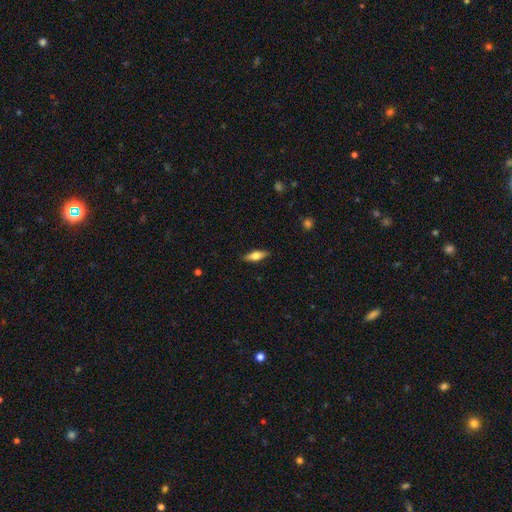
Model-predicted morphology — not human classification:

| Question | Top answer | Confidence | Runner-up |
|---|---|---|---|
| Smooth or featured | smooth | 56% | featured or disk (37%) |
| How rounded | in between | 56% | cigar-shaped (41%) |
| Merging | none | 88% | minor disturbance (9%) |